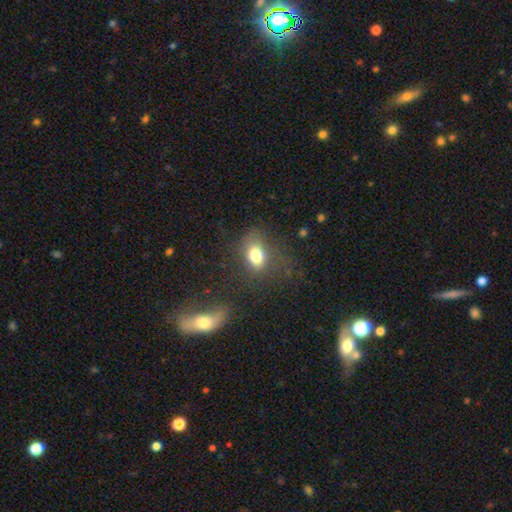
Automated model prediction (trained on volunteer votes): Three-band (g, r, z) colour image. It shows a smooth galaxy with no disk features (75%) that is in between round and cigar-shaped (71%). Merging: none (60%).